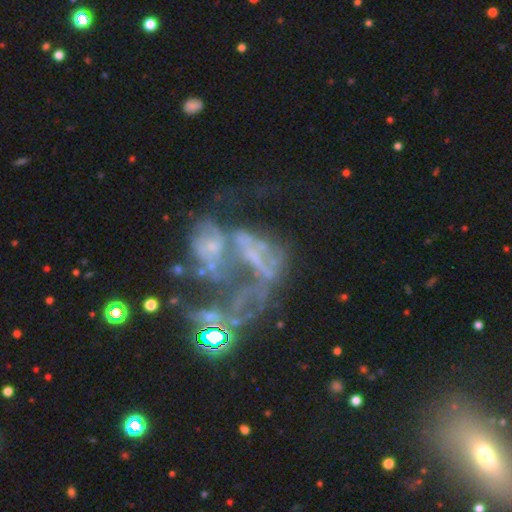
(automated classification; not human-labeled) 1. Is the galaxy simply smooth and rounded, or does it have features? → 58% featured or disk, 28% star or artifact, 14% smooth.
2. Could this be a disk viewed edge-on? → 96% no, 4% yes.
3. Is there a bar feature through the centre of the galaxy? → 80% no, 12% weak, 8% strong.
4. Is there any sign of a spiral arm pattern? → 77% no, 23% yes.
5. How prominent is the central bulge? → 67% none, 18% small, 10% moderate, 3% large, 2% dominant.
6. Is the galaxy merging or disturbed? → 49% merger, 32% major disturbance, 12% none, 7% minor disturbance.